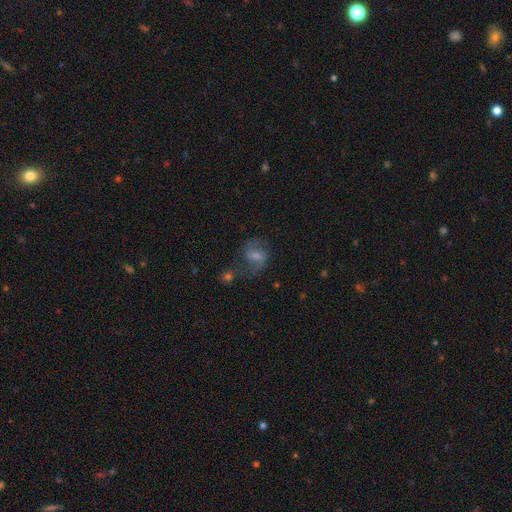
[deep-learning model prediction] The model was most divided on "smooth or featured": featured or disk: 51%, smooth: 38%, star or artifact: 11%. Remaining: edge-on disk — no (97%); merging — none (44%).